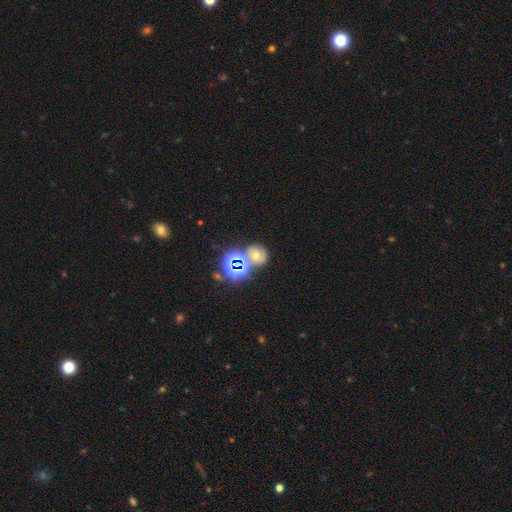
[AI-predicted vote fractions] smooth_or_featured: smooth (p=0.37) [alt: star or artifact p=0.33]
merging: none (p=0.53) [alt: merger p=0.24]